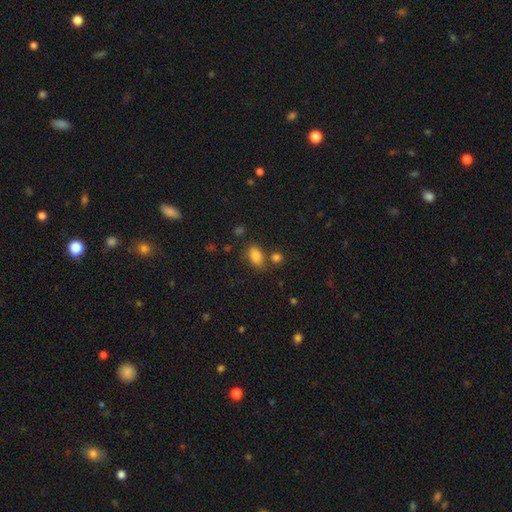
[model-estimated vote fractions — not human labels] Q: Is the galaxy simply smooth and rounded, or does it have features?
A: smooth — 84%.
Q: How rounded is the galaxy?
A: in between — 85%.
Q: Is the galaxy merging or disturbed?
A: none — 65%.